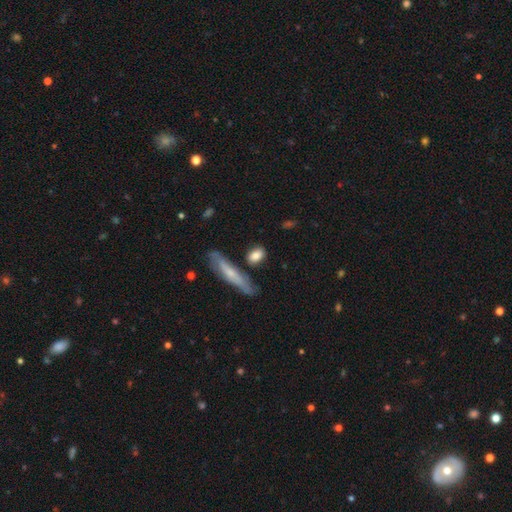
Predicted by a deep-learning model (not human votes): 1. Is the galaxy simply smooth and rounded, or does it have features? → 79% smooth, 14% featured or disk, 6% star or artifact.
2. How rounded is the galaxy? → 59% in between, 24% cigar-shaped, 17% round.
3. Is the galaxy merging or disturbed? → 71% none, 17% minor disturbance, 7% merger, 5% major disturbance.